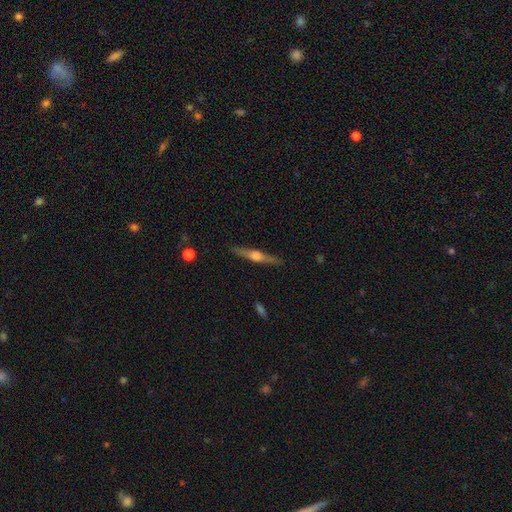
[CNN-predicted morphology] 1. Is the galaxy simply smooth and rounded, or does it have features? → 75% featured or disk, 19% smooth, 6% star or artifact.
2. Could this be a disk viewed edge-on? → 98% yes, 2% no.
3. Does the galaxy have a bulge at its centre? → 89% rounded, 8% boxy, 4% none.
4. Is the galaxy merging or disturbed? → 90% none, 7% minor disturbance, 2% major disturbance, 1% merger.